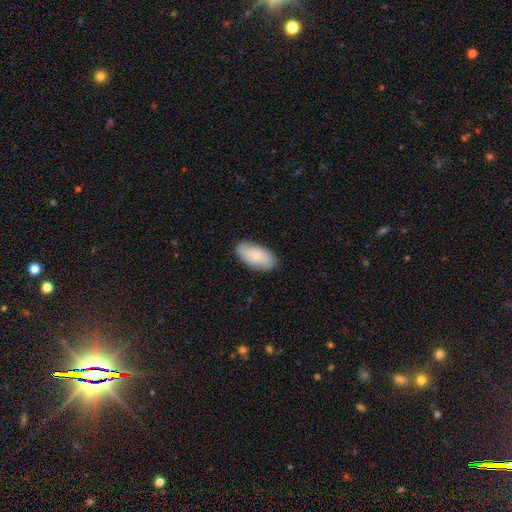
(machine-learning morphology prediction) Smooth or featured? smooth (68%)
How rounded? in between (93%)
Merging? none (84%)